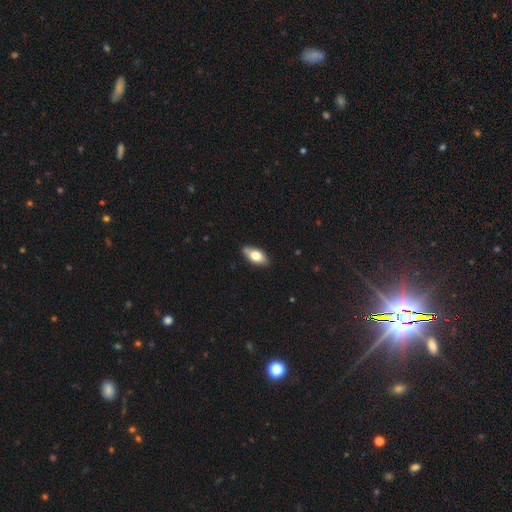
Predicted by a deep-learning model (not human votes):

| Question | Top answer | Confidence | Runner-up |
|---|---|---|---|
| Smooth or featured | smooth | 69% | featured or disk (24%) |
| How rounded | in between | 88% | cigar-shaped (8%) |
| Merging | none | 83% | minor disturbance (13%) |